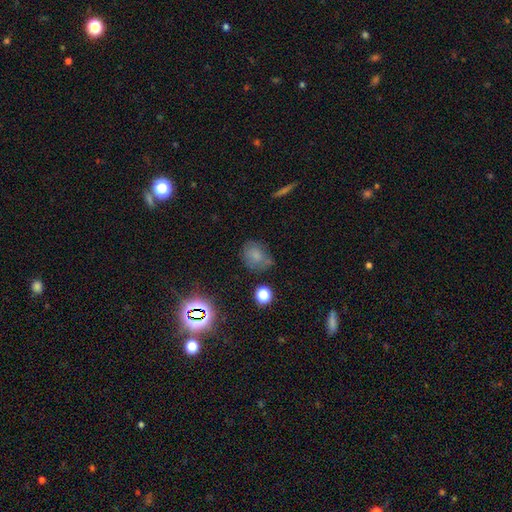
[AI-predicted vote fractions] smooth 71%, star or artifact 17%, featured or disk 12%. Down the decision tree: how rounded — round (57%); merging — none (57%).